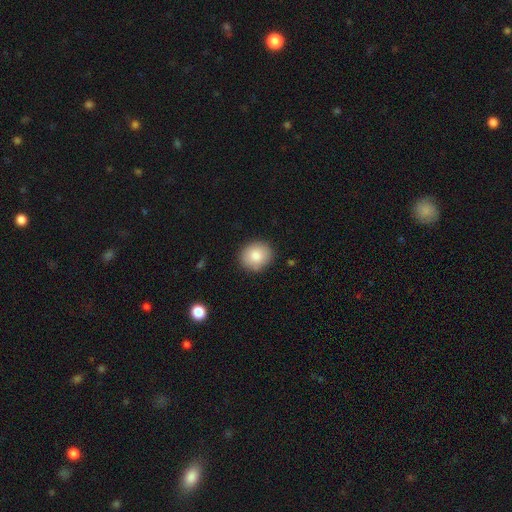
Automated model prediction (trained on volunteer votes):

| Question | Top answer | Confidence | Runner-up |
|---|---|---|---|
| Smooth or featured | smooth | 85% | featured or disk (8%) |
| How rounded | round | 77% | in between (23%) |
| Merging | none | 88% | minor disturbance (8%) |